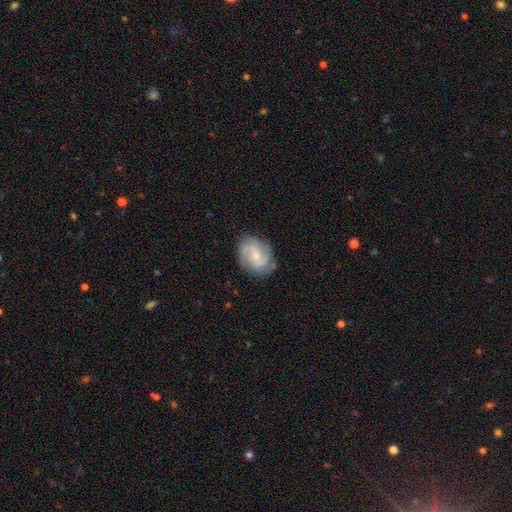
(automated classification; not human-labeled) This is likely a featured or disk galaxy (75%). It is clearly not viewed edge-on (98%). Bar: possibly no (48%). Spiral arm pattern: clearly yes (94%). Spiral arm count: likely 2 (60%). Spiral winding: possibly medium (48%). Central bulge: possibly small (53%). Merging: likely none (76%).